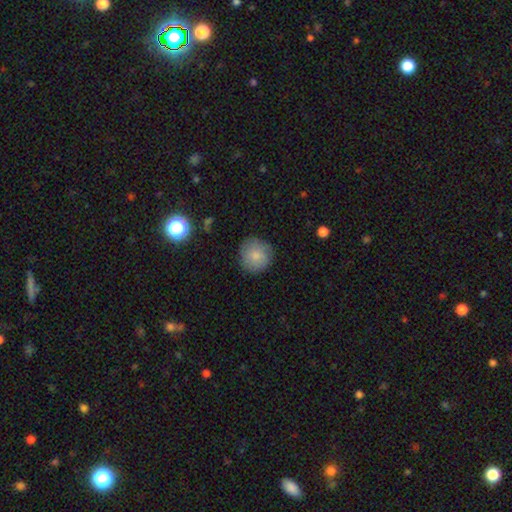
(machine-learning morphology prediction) Smooth or featured? Predicted: smooth (p=0.82). How rounded? Predicted: round (p=0.93). Merging? Predicted: none (p=0.84).